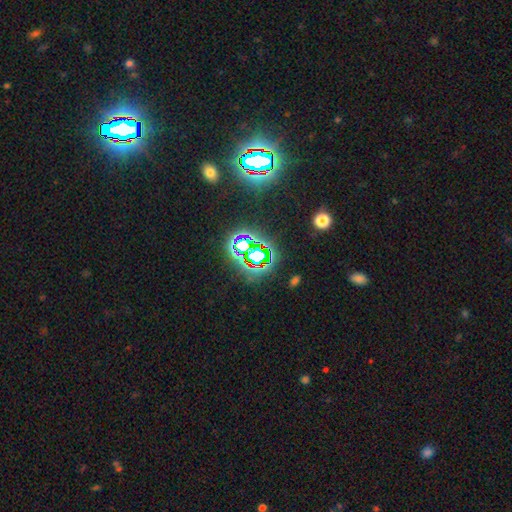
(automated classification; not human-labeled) star or artifact 73%, smooth 14%, featured or disk 13%.